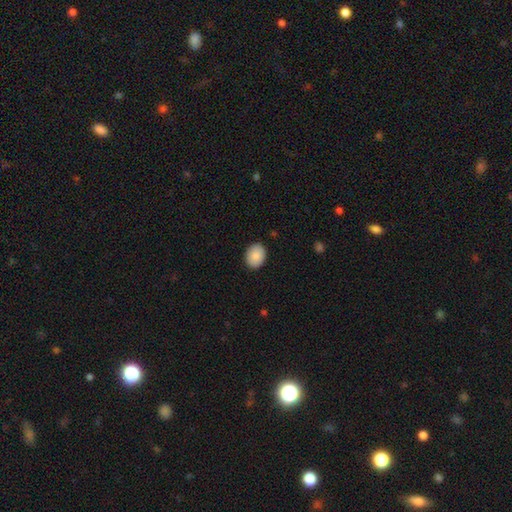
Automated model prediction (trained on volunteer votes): Smooth or featured?
  - smooth: 88% *
  - star or artifact: 7%
  - featured or disk: 6%
How rounded?
  - in between: 63% *
  - round: 36%
  - cigar-shaped: 1%
Merging?
  - none: 89% *
  - minor disturbance: 8%
  - major disturbance: 2%
  - merger: 1%